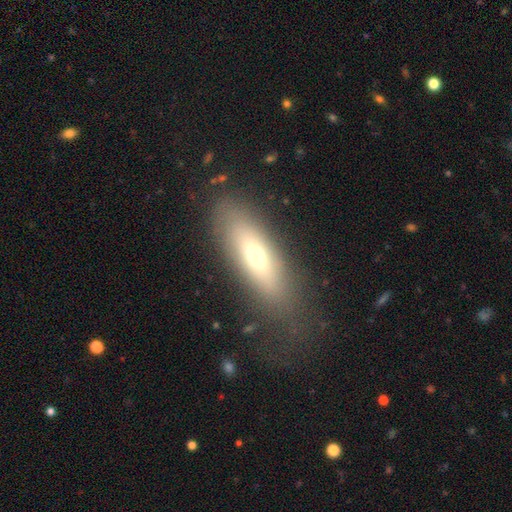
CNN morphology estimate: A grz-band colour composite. It shows a smooth galaxy with no disk features (58%) that is in between round and cigar-shaped (56%). Merging: none (70%).